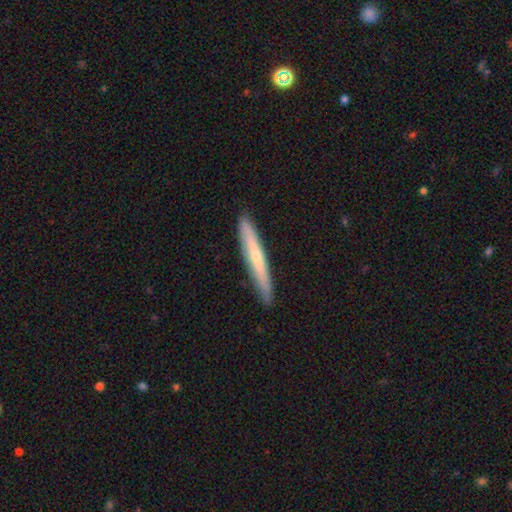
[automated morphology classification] The model was most divided on "smooth or featured": smooth: 51%, featured or disk: 44%, star or artifact: 6%. More confident: how rounded — cigar-shaped (95%); merging — none (89%).